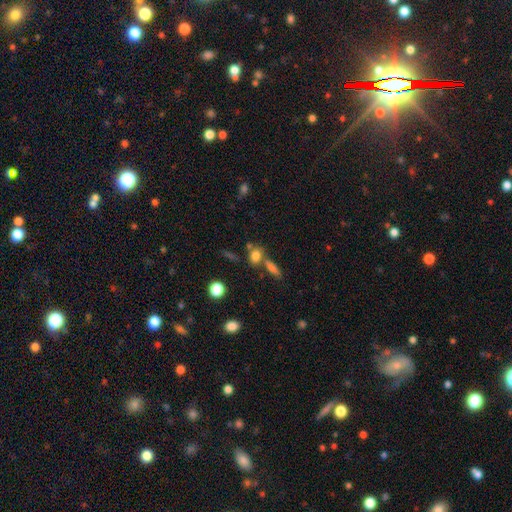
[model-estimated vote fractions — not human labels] Smooth or featured? smooth (76%)
How rounded? in between (52%)
Merging? none (54%)